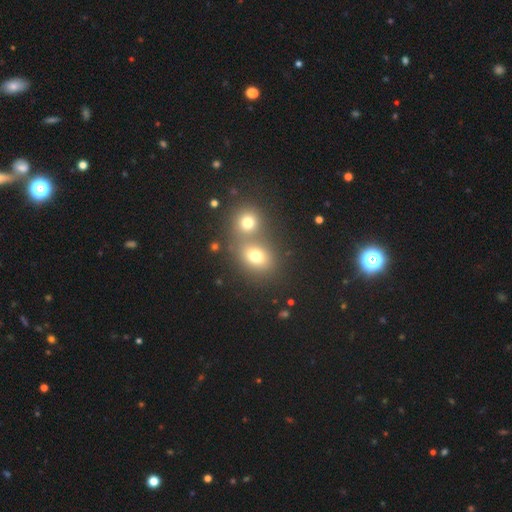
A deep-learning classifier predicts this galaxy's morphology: Overall: smooth (72%). How rounded: round (60%; in between 39%). Merging: merger (47%; none 43%).